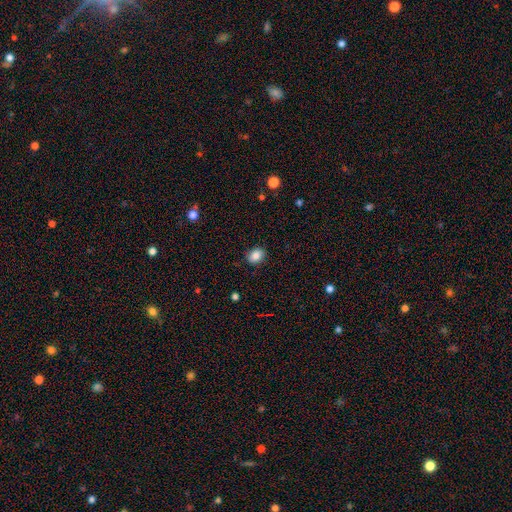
A smooth galaxy with no disk features (90%) that is in between round and cigar-shaped (53%). Merging: none (95%).